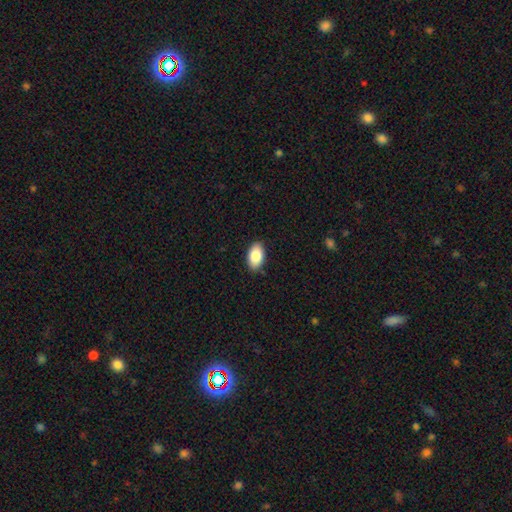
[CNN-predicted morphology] Overall: smooth (86%). How rounded: in between (93%). Merging: none (88%).